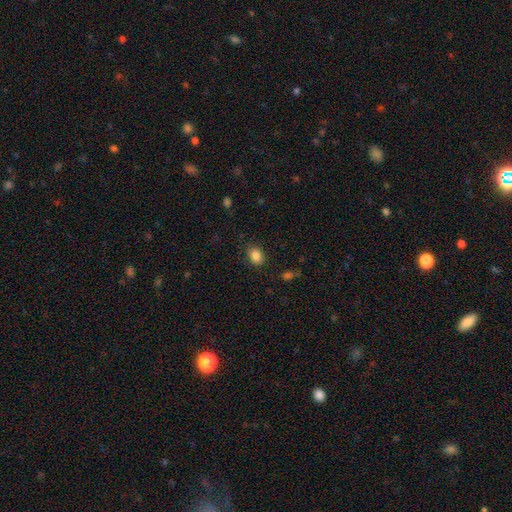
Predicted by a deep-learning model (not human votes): This appears to be a smooth galaxy with no disk features (85%) that is in between round and cigar-shaped (66%). Merging: none (85%).